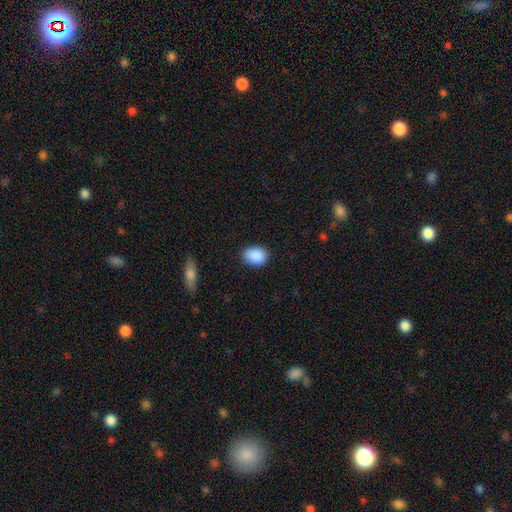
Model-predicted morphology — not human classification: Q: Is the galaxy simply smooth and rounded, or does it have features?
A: smooth — 90%.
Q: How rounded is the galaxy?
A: in between — 76%.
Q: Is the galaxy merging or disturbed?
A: none — 84%.